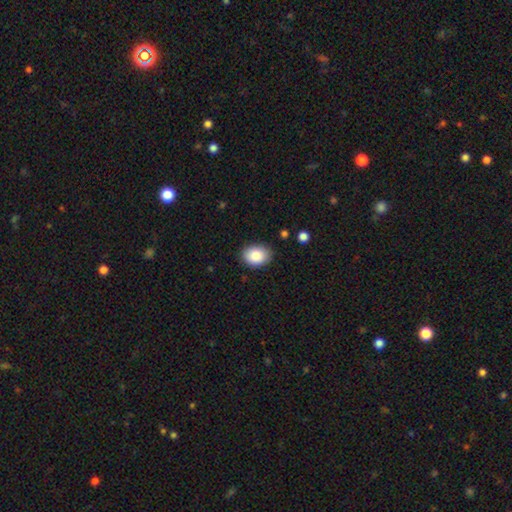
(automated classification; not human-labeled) The model was most divided on "how rounded": in between: 70%, round: 29%, cigar-shaped: 1%. More confident: smooth or featured — smooth (87%); merging — none (86%).